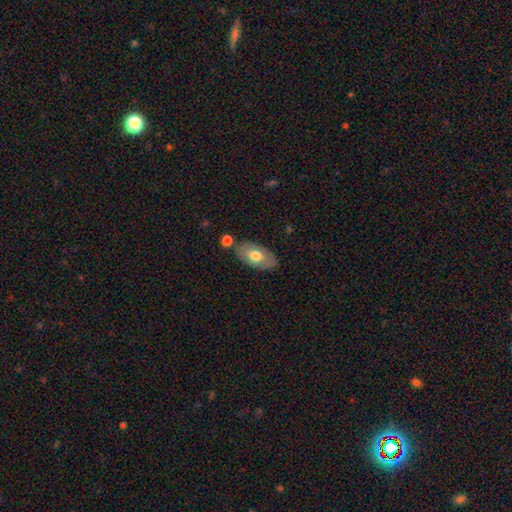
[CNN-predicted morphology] Smooth or featured?
  - smooth: 63% *
  - featured or disk: 31%
  - star or artifact: 6%
How rounded?
  - in between: 93% *
  - round: 5%
  - cigar-shaped: 3%
Merging?
  - none: 74% *
  - minor disturbance: 14%
  - merger: 8%
  - major disturbance: 3%